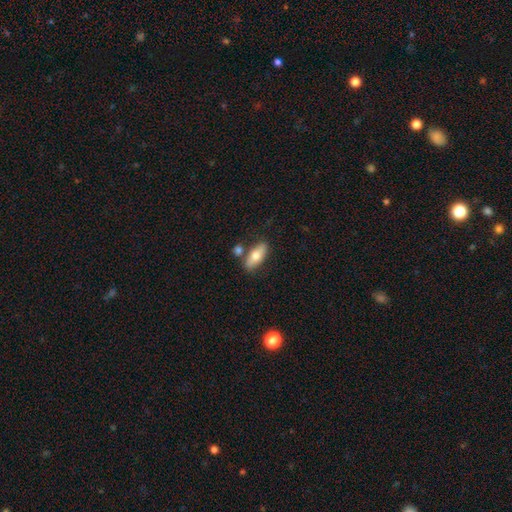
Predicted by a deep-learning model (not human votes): Smooth or featured? smooth (72%)
How rounded? in between (77%)
Merging? none (74%)